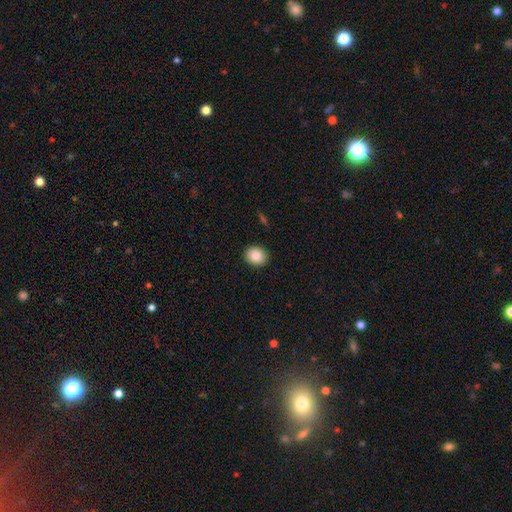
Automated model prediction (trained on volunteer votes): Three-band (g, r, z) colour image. It shows a smooth galaxy with no disk features (85%) that is round (68%). Merging: none (91%).